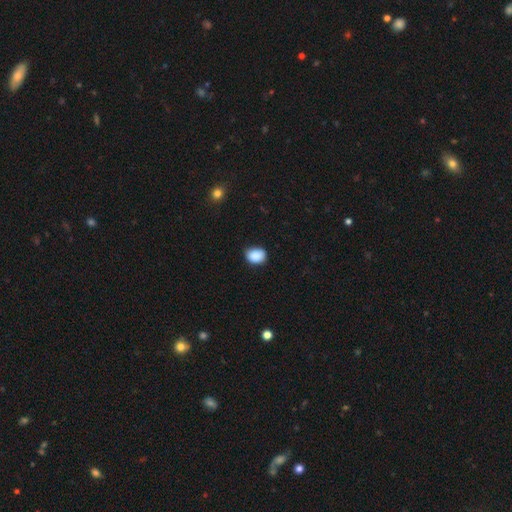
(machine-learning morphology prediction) Smooth or featured? smooth (89%)
How rounded? in between (58%)
Merging? none (80%)